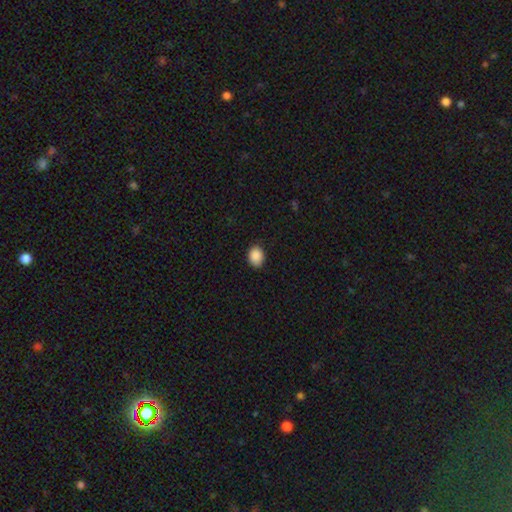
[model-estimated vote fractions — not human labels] smooth-or-featured: smooth: 89% | star or artifact: 8% | featured or disk: 3%
  how-rounded: in between: 58% | round: 41% | cigar-shaped: 1%
  merging: none: 83% | minor disturbance: 13% | major disturbance: 2% | merger: 1%